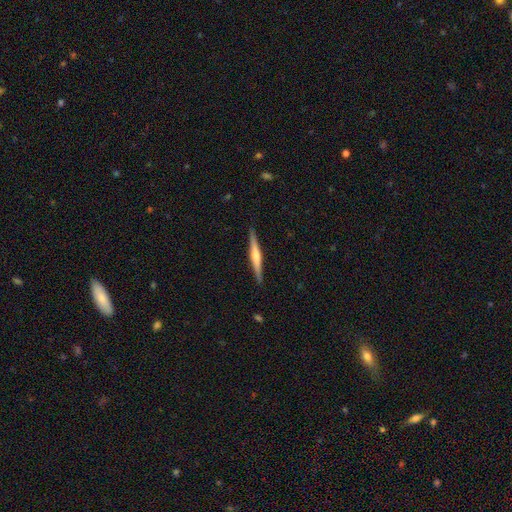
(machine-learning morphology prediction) smooth-or-featured: featured or disk: 65% | smooth: 30% | star or artifact: 5%
  disk-edge-on: yes: 98% | no: 2%
    edge-on-bulge: rounded: 68% | none: 18% | boxy: 14%
  merging: none: 91% | minor disturbance: 7% | major disturbance: 1% | merger: 1%